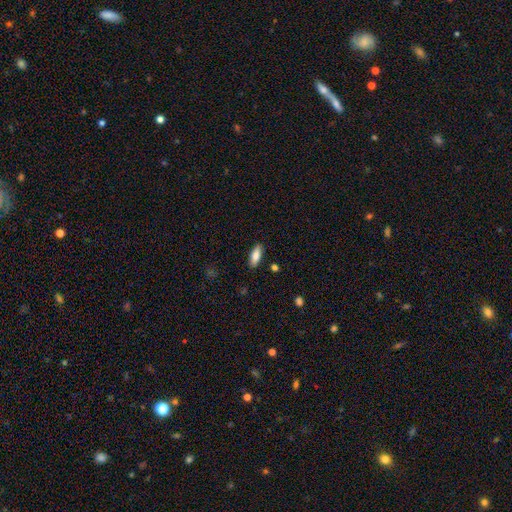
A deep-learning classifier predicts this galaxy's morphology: A smooth galaxy with no disk features (81%) that is in between round and cigar-shaped (75%).

Vote fractions:
- Smooth or featured? smooth: 81% / featured or disk: 13% / star or artifact: 6%
- How rounded? in between: 75% / cigar-shaped: 23% / round: 2%
- Merging? none: 88% / minor disturbance: 9% / major disturbance: 2% / merger: 1%